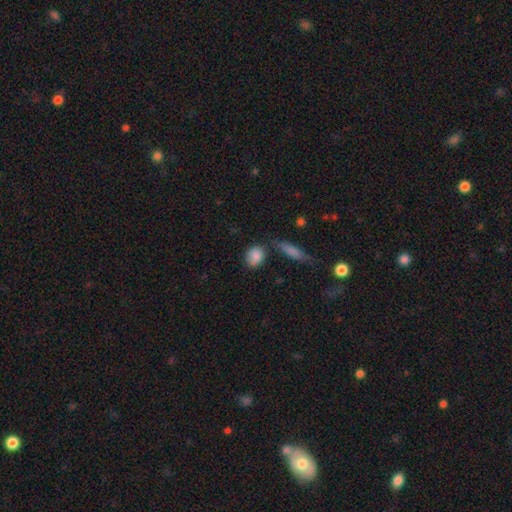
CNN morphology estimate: This is clearly a smooth galaxy (86%). How rounded: possibly in between (50%). Merging: likely none (67%).